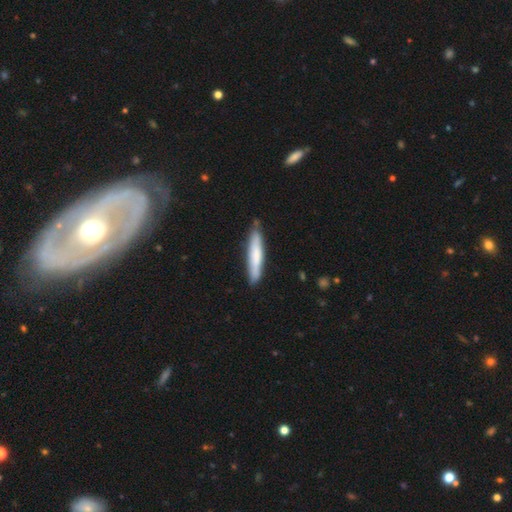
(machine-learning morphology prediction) type=smooth (69%); roundness=cigar-shaped (90%); merging=none (82%).